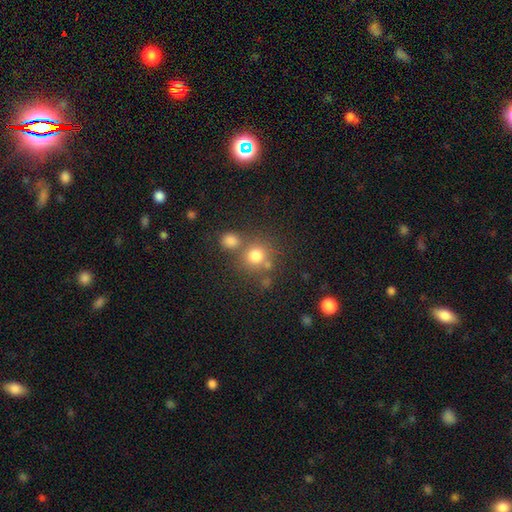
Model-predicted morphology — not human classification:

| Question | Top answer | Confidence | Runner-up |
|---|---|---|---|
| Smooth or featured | smooth | 76% | star or artifact (14%) |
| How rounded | round | 88% | in between (11%) |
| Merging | none | 62% | merger (23%) |